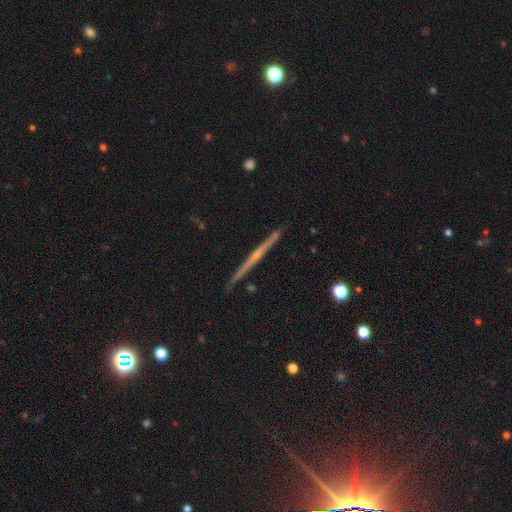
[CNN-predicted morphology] This is likely a featured or disk galaxy (74%). It is clearly viewed edge-on (98%). Edge-on bulge: possibly none (52%). Merging: clearly none (91%).